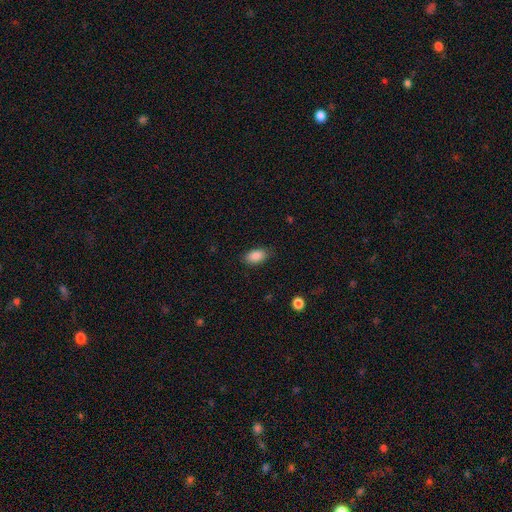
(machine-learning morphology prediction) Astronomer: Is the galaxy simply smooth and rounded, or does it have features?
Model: smooth — 88%.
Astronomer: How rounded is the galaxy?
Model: in between — 91%.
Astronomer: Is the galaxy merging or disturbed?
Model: none — 83%.